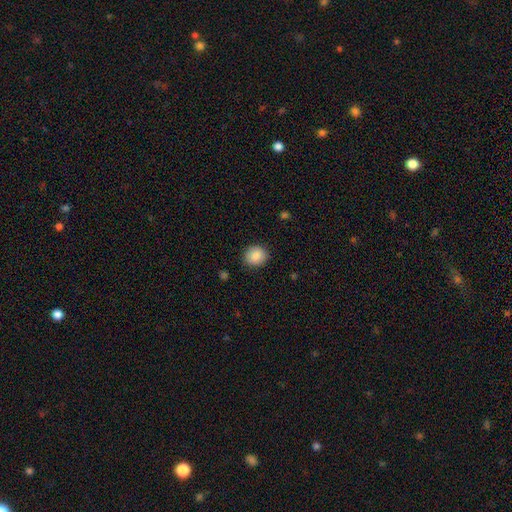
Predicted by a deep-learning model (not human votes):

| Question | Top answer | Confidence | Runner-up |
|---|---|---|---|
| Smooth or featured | smooth | 86% | star or artifact (8%) |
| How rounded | round | 81% | in between (18%) |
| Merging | none | 88% | minor disturbance (8%) |